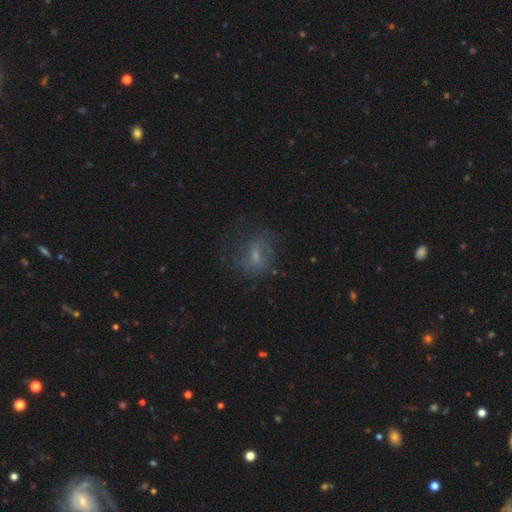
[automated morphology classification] This is possibly a featured or disk galaxy (52%). It is clearly not viewed edge-on (95%). Merging: likely none (63%).